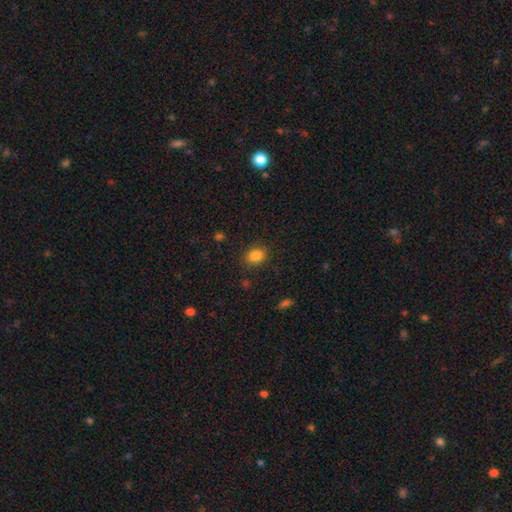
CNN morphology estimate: smooth_or_featured: smooth (p=0.84) [alt: star or artifact p=0.10]
how_rounded: in between (p=0.64) [alt: round p=0.34]
merging: none (p=0.85) [alt: minor disturbance p=0.11]